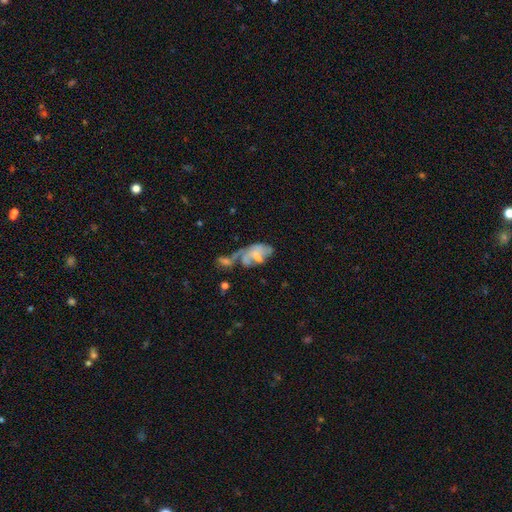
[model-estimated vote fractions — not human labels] Smooth or featured?
  - featured or disk: 59% *
  - smooth: 30%
  - star or artifact: 11%
Edge-on disk?
  - no: 95% *
  - yes: 5%
Bar?
  - no: 68% *
  - weak: 25%
  - strong: 7%
Spiral arms?
  - yes: 63% *
  - no: 37%
Bulge size?
  - small: 39% *
  - none: 35%
  - moderate: 21%
  - large: 3%
  - dominant: 2%
Merging?
  - merger: 36% *
  - major disturbance: 27%
  - none: 21%
  - minor disturbance: 16%